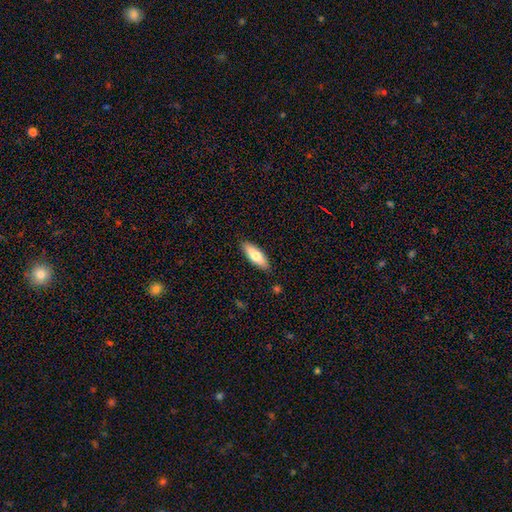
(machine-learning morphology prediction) type=smooth (74%); roundness=in between (63%); merging=none (88%).